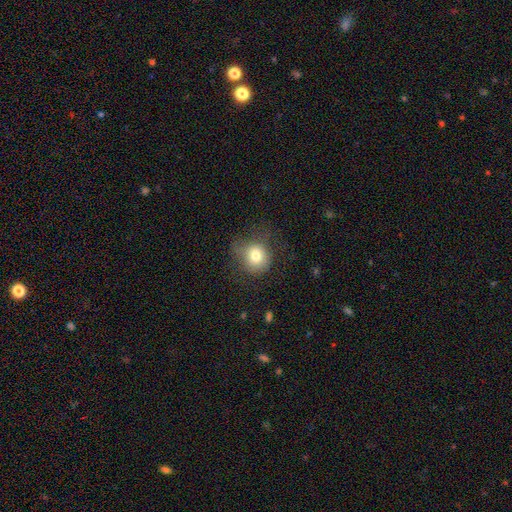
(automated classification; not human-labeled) Smooth or featured? Predicted: smooth (p=0.77). How rounded? Predicted: round (p=0.80). Merging? Predicted: none (p=0.57).